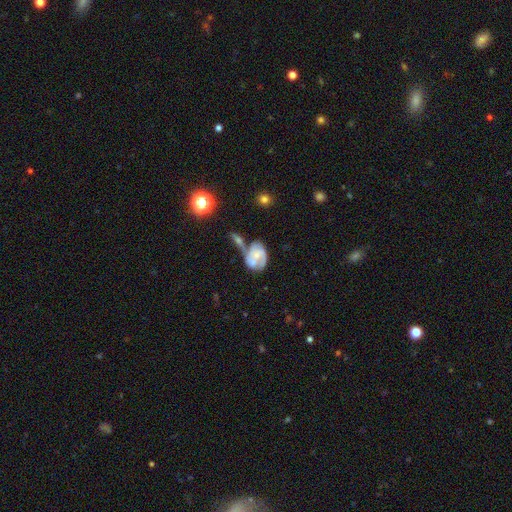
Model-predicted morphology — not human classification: A featured or disk galaxy (70%) with no bar (65%), 2 (51%) medium (43%) spiral arms (83%) and a small central bulge (52%). Merging: merger (40%).